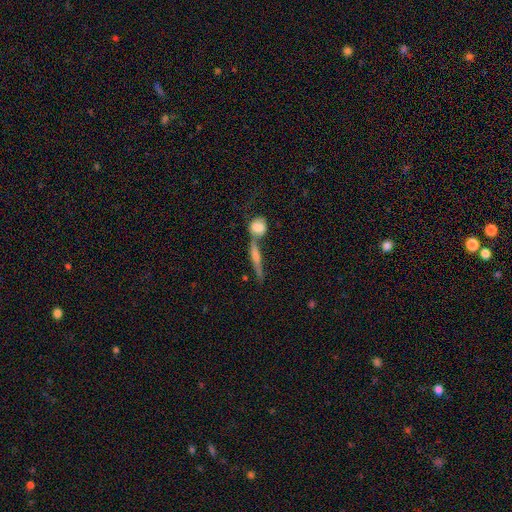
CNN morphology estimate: This is possibly a featured or disk galaxy (45%, tied with smooth). Merging: possibly none (45%).